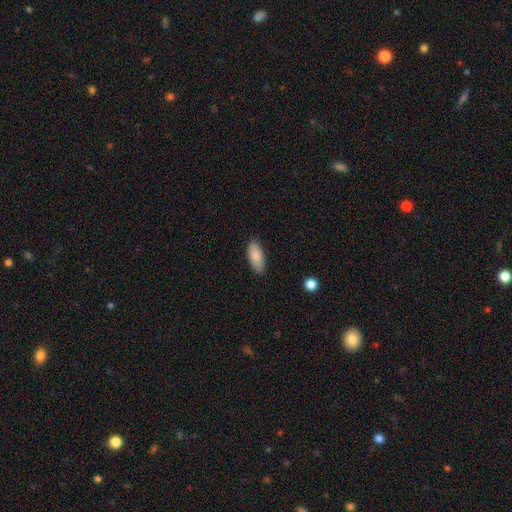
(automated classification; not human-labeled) Smooth or featured? smooth (86%)
How rounded? in between (87%)
Merging? none (84%)